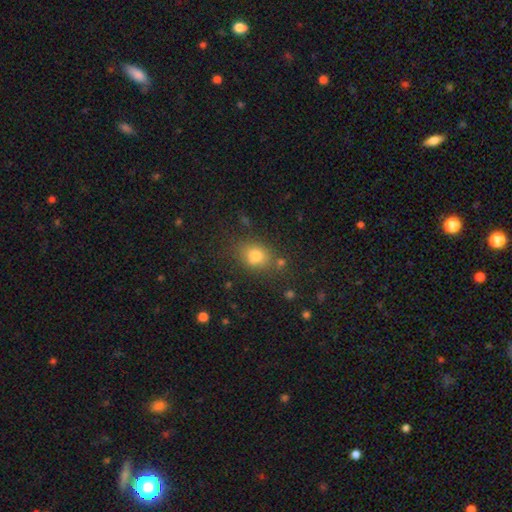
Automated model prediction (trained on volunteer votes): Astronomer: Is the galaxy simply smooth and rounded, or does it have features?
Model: smooth — 78%.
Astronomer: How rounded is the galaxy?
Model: round — 51% (runner-up: in between, 47%).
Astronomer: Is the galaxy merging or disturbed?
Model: none — 72%.